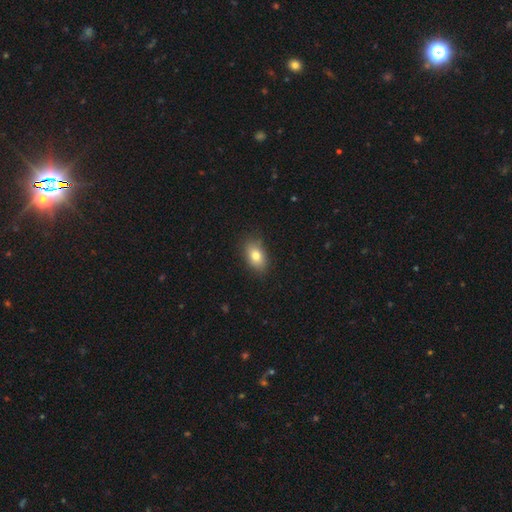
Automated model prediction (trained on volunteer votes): Q: Smooth or featured?
A: smooth (80%); runner-up: featured or disk (12%)
Q: How rounded?
A: in between (86%); runner-up: round (12%)
Q: Merging?
A: none (84%); runner-up: minor disturbance (13%)